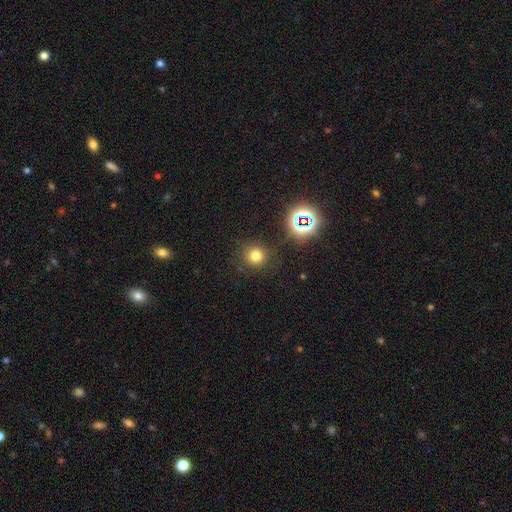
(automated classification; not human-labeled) This is likely a smooth galaxy (72%). How rounded: clearly round (92%). Merging: clearly none (85%).